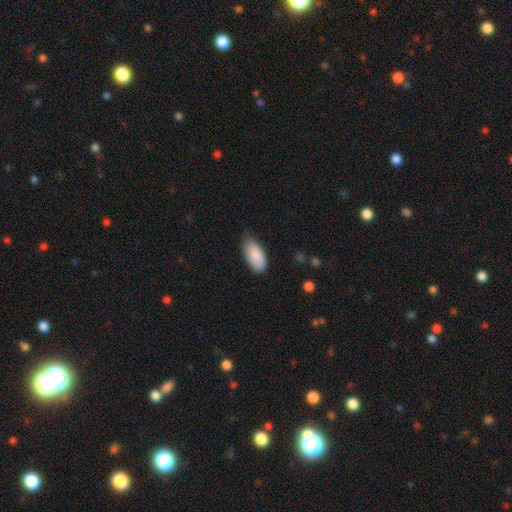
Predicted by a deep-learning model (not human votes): Morphology: type=smooth (88%); roundness=in between (92%); merging=none (66%).